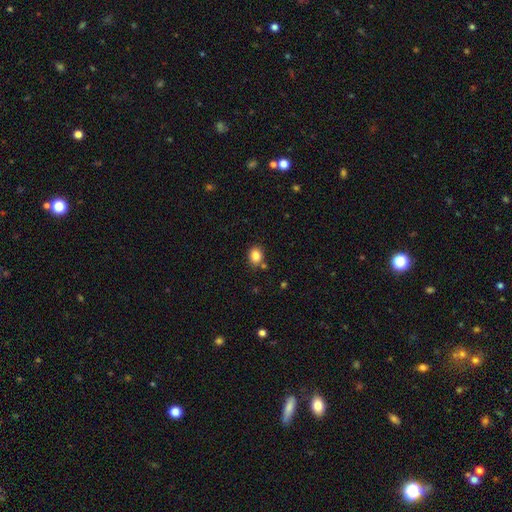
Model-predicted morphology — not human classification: smooth-or-featured: smooth: 85% | star or artifact: 10% | featured or disk: 4%
  how-rounded: round: 56% | in between: 44% | cigar-shaped: 1%
  merging: none: 79% | minor disturbance: 12% | merger: 6% | major disturbance: 3%